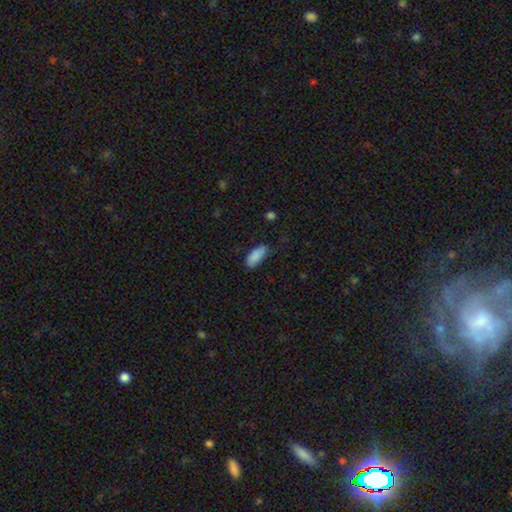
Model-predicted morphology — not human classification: Smooth or featured: smooth — 87% (star or artifact — 7%)
How rounded: in between — 84% (cigar-shaped — 14%)
Merging: none — 66% (minor disturbance — 27%)